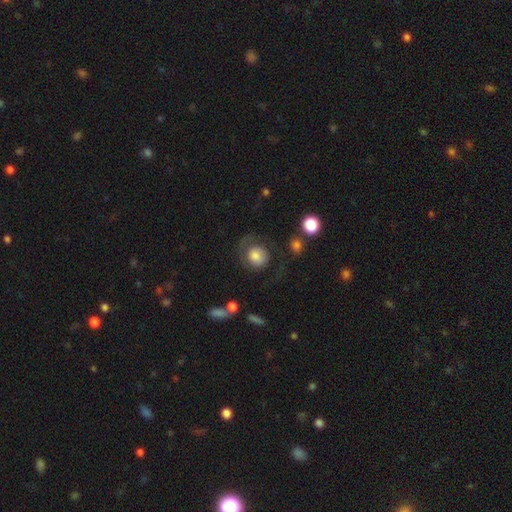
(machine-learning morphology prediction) Q: Smooth or featured?
A: smooth (66%); runner-up: featured or disk (26%)
Q: How rounded?
A: round (77%); runner-up: in between (22%)
Q: Merging?
A: none (48%); runner-up: major disturbance (29%)